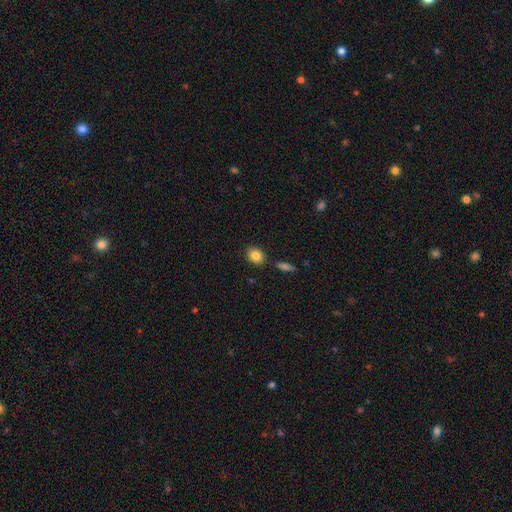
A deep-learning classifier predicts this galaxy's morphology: Q: Smooth or featured?
A: smooth (85%); runner-up: star or artifact (8%)
Q: How rounded?
A: in between (61%); runner-up: round (38%)
Q: Merging?
A: none (82%); runner-up: minor disturbance (10%)